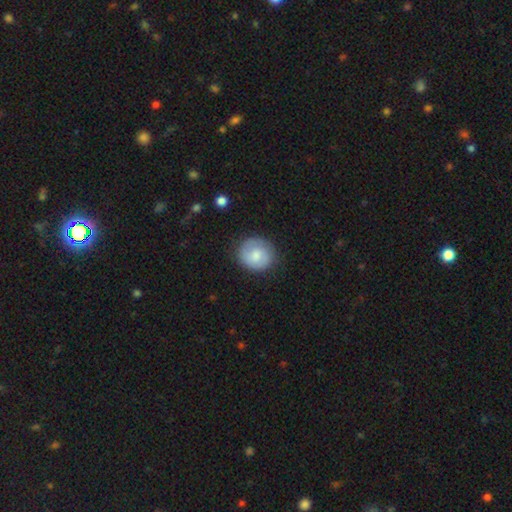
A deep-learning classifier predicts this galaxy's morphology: smooth 65%, featured or disk 28%, star or artifact 6%. Down the decision tree: how rounded — round (83%); merging — none (80%).